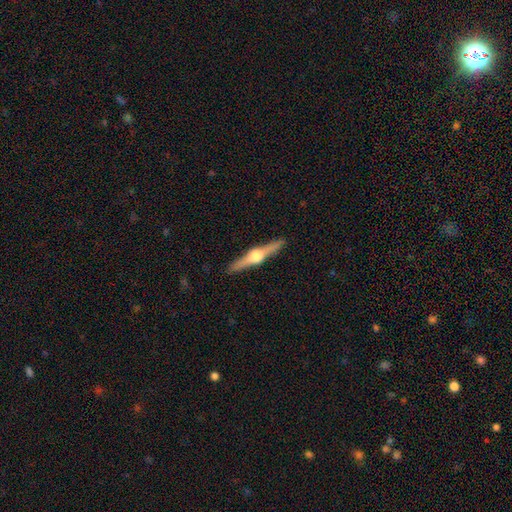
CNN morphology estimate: featured or disk 82%, smooth 13%, star or artifact 5%. Down the decision tree: edge-on disk — yes (98%); edge-on bulge — rounded (96%); merging — none (92%).